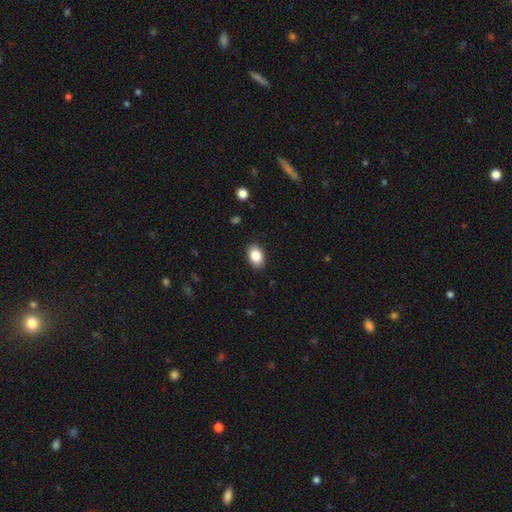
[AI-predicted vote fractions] A smooth galaxy with no disk features (86%) that is in between round and cigar-shaped (86%). Merging: none (89%).